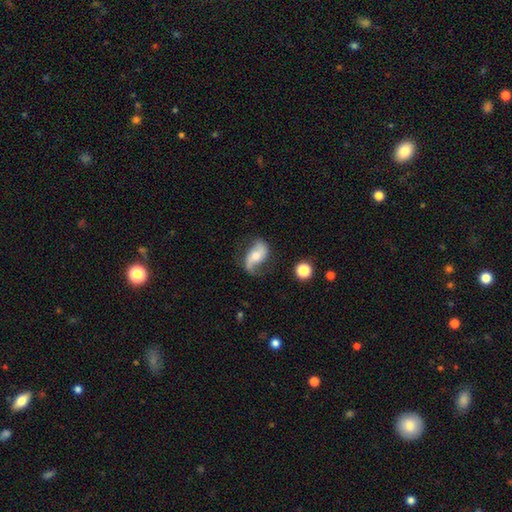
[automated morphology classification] Q: Smooth or featured?
A: featured or disk (71%); runner-up: smooth (23%)
Q: Edge-on disk?
A: no (95%); runner-up: yes (5%)
Q: Bar?
A: no (51%); runner-up: weak (32%)
Q: Spiral arms?
A: yes (92%); runner-up: no (8%)
Q: Spiral winding?
A: loose (73%); runner-up: medium (20%)
Q: Spiral arm count?
A: 2 (80%); runner-up: 1 (13%)
Q: Bulge size?
A: moderate (59%); runner-up: small (31%)
Q: Merging?
A: none (61%); runner-up: minor disturbance (23%)